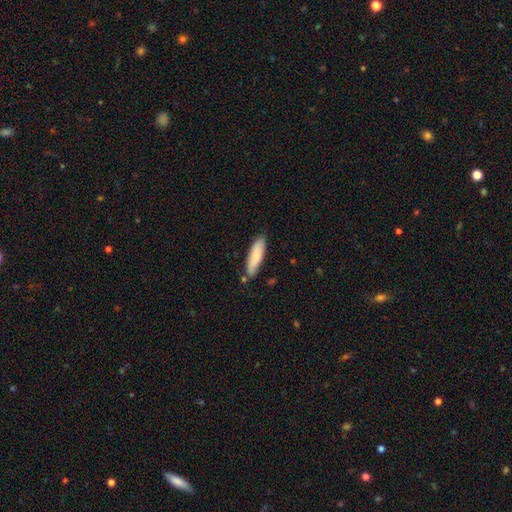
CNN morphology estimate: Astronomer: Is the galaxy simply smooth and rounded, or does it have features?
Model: smooth — 81%.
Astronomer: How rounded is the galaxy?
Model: cigar-shaped — 63%.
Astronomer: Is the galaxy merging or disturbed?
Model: none — 79%.